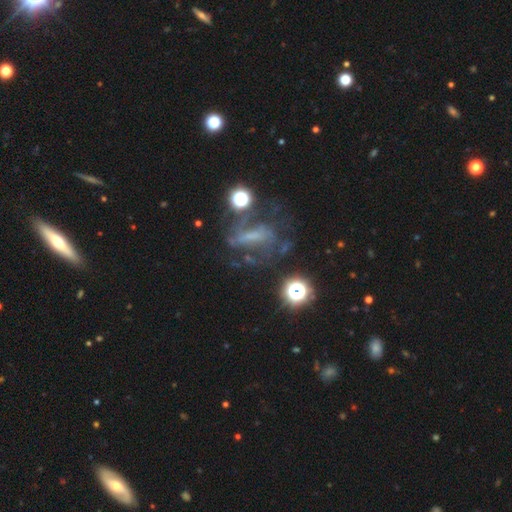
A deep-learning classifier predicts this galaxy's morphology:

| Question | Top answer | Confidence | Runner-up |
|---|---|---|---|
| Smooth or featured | featured or disk | 58% | star or artifact (25%) |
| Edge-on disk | no | 75% | yes (25%) |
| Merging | none | 63% | minor disturbance (16%) |